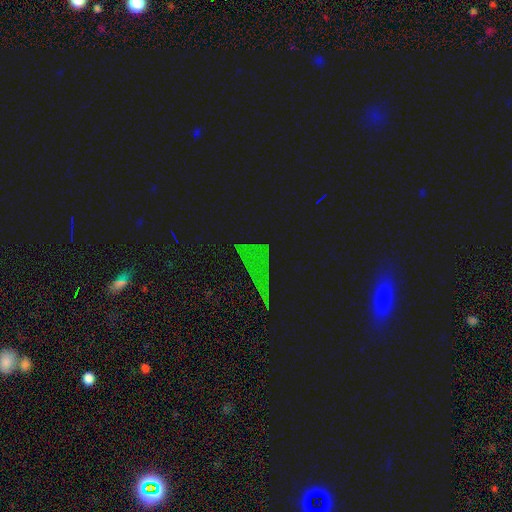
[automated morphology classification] Overall: star or artifact (72%).